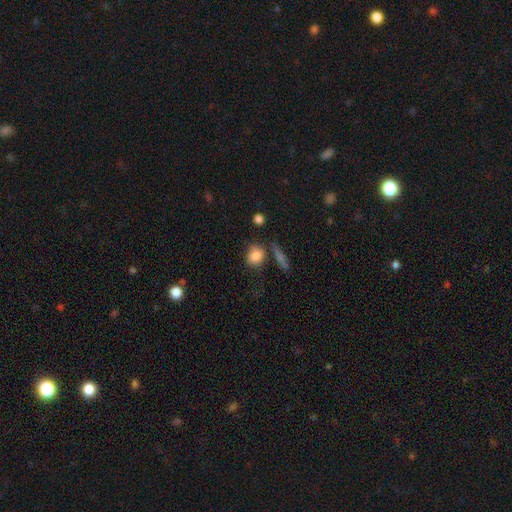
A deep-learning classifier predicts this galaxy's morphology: smooth_or_featured: smooth (p=0.84) [alt: star or artifact p=0.09]
how_rounded: round (p=0.52) [alt: in between p=0.44]
merging: none (p=0.67) [alt: minor disturbance p=0.17]